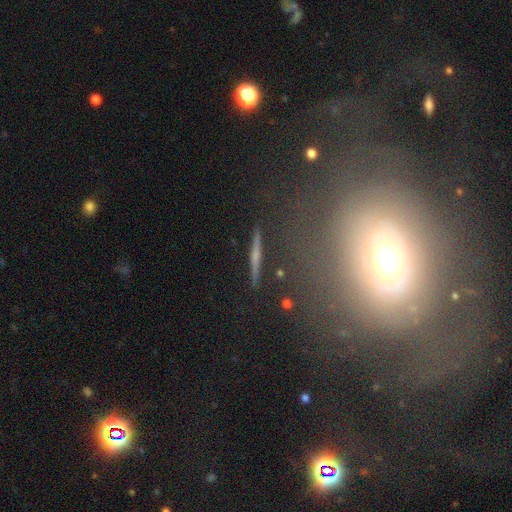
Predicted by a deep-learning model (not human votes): Overall: featured or disk (60%; smooth 28%). Edge-on disk: yes (95%). Edge-on bulge: rounded (46%; none 43%). Merging: none (88%).